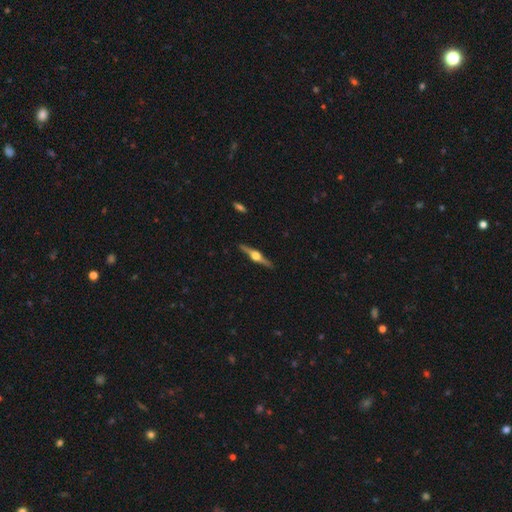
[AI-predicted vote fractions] smooth-or-featured: featured or disk: 82% | smooth: 12% | star or artifact: 5%
  disk-edge-on: yes: 98% | no: 2%
    edge-on-bulge: rounded: 96% | boxy: 3% | none: 1%
  merging: none: 91% | minor disturbance: 6% | major disturbance: 1% | merger: 1%